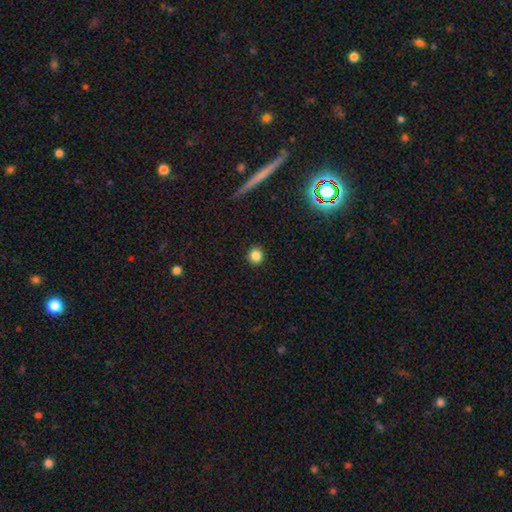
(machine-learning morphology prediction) This is clearly a smooth galaxy (85%). How rounded: clearly round (88%). Merging: clearly none (92%).